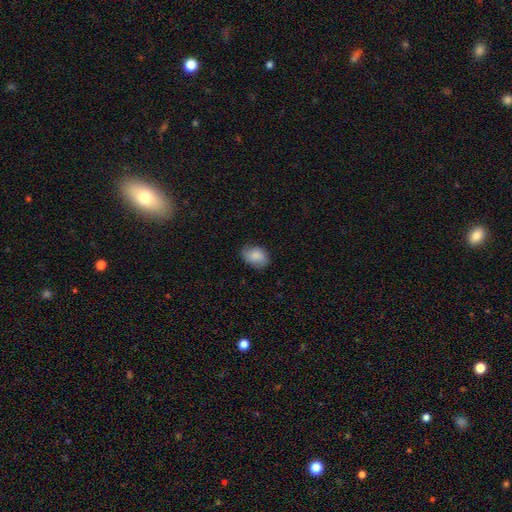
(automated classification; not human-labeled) smooth 82%, featured or disk 11%, star or artifact 7%. Down the decision tree: how rounded — in between (76%); merging — none (78%).